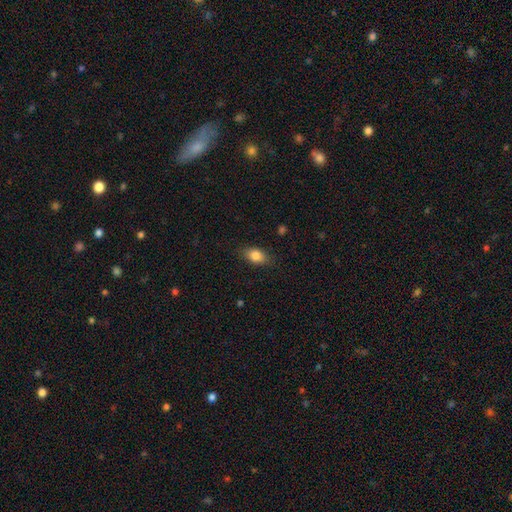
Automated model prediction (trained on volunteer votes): smooth-or-featured: smooth: 84% | star or artifact: 8% | featured or disk: 8%
  how-rounded: in between: 84% | round: 13% | cigar-shaped: 3%
  merging: none: 84% | minor disturbance: 12% | major disturbance: 3% | merger: 1%